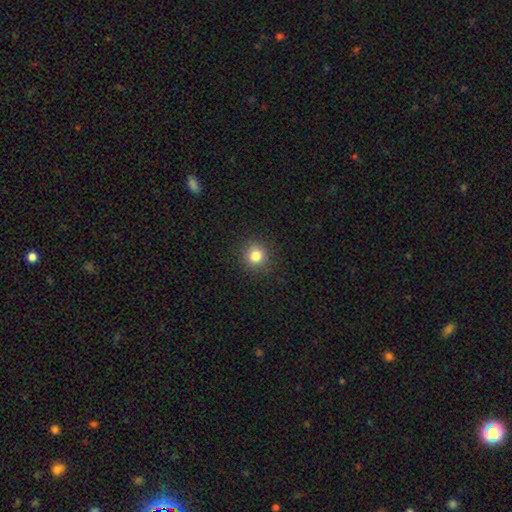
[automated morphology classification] smooth-or-featured: smooth: 82% | star or artifact: 12% | featured or disk: 6%
  how-rounded: round: 91% | in between: 8% | cigar-shaped: 1%
  merging: none: 91% | minor disturbance: 6% | major disturbance: 2% | merger: 1%